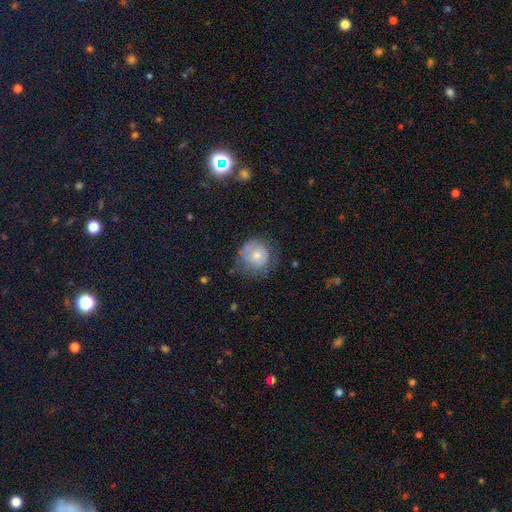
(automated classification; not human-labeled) smooth-or-featured: smooth: 47% | featured or disk: 39% | star or artifact: 14%
  merging: none: 66% | minor disturbance: 22% | major disturbance: 10% | merger: 2%